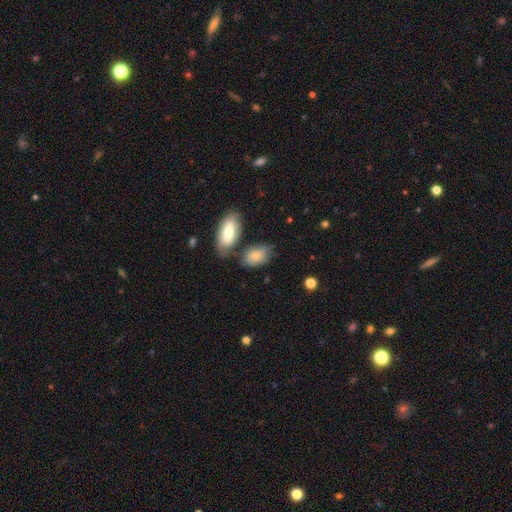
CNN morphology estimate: Smooth or featured? Predicted: smooth (p=0.78). How rounded? Predicted: in between (p=0.90). Merging? Predicted: none (p=0.54).